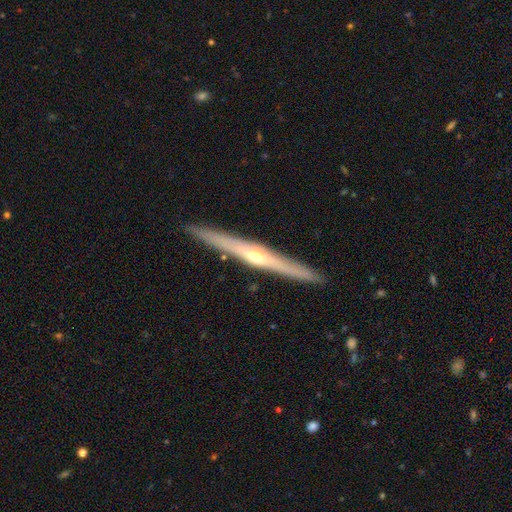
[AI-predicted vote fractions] smooth_or_featured: featured or disk (p=0.76) [alt: smooth p=0.18]
disk_edge_on: yes (p=0.97) [alt: no p=0.03]
edge_on_bulge: rounded (p=0.81) [alt: none p=0.14]
merging: none (p=0.92) [alt: minor disturbance p=0.06]